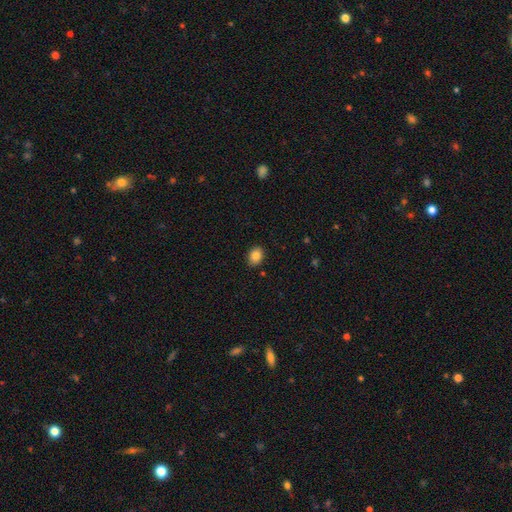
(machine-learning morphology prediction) smooth-or-featured: smooth: 86% | star or artifact: 9% | featured or disk: 5%
  how-rounded: in between: 64% | round: 35% | cigar-shaped: 1%
  merging: none: 88% | minor disturbance: 9% | major disturbance: 2% | merger: 1%